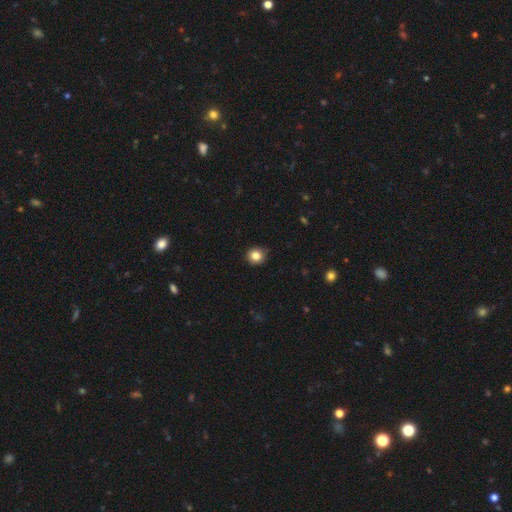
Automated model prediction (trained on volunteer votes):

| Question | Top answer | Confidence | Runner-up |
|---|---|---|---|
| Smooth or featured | smooth | 84% | star or artifact (11%) |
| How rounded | round | 90% | in between (9%) |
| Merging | none | 89% | minor disturbance (9%) |